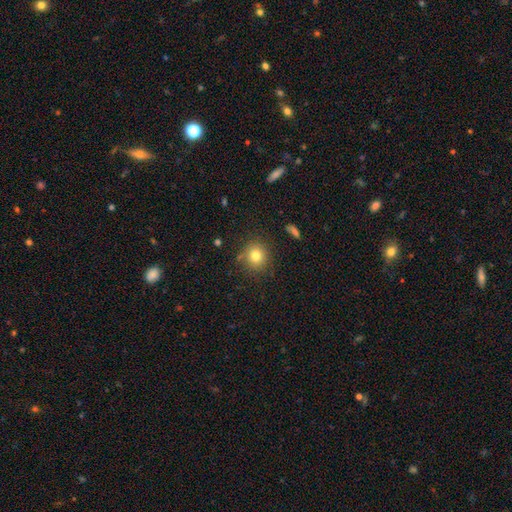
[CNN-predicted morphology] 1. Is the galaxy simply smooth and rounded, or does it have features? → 79% smooth, 12% star or artifact, 9% featured or disk.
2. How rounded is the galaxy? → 88% round, 11% in between, 1% cigar-shaped.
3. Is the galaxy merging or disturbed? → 83% none, 11% minor disturbance, 3% major disturbance, 3% merger.